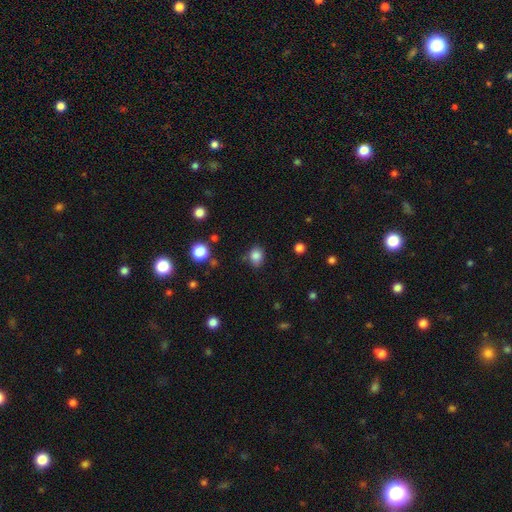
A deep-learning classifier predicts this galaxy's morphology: Q: Smooth or featured?
A: smooth (84%); runner-up: star or artifact (11%)
Q: How rounded?
A: round (53%); runner-up: in between (46%)
Q: Merging?
A: none (75%); runner-up: minor disturbance (18%)